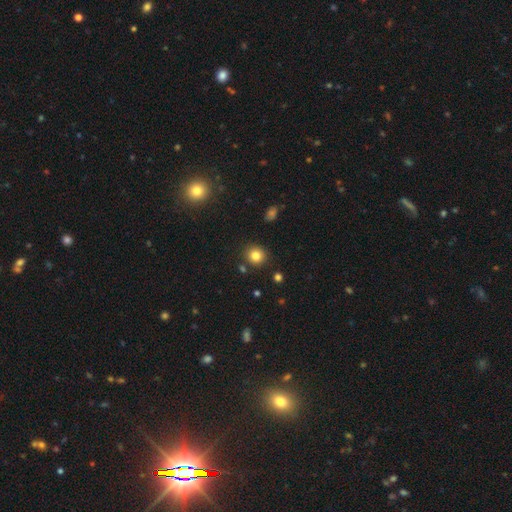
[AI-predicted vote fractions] This appears to be a smooth galaxy with no disk features (82%) that is round (86%). Merging: none (86%).